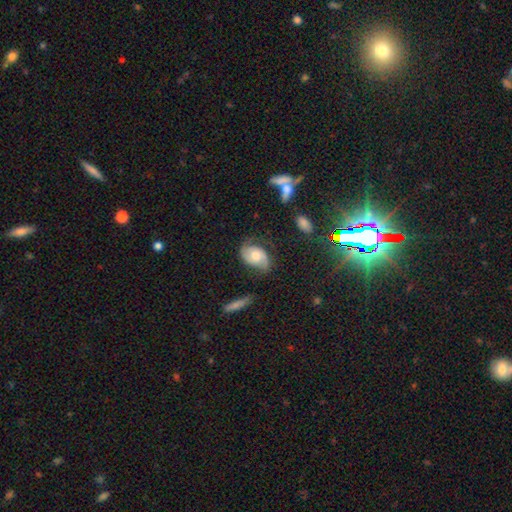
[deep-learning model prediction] The model was most divided on "spiral winding": medium: 44%, tight: 31%, loose: 25%. More confident: edge-on disk — no (96%); spiral arms — yes (91%); spiral arm count — 2 (85%); smooth or featured — featured or disk (67%); bar — no (66%); bulge size — moderate (62%); merging — none (61%).